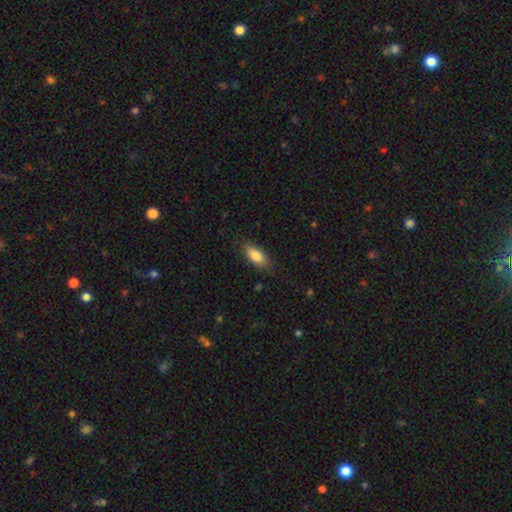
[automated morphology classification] Smooth or featured?
  - smooth: 83% *
  - featured or disk: 10%
  - star or artifact: 6%
How rounded?
  - in between: 83% *
  - cigar-shaped: 15%
  - round: 2%
Merging?
  - none: 82% *
  - minor disturbance: 14%
  - major disturbance: 3%
  - merger: 1%